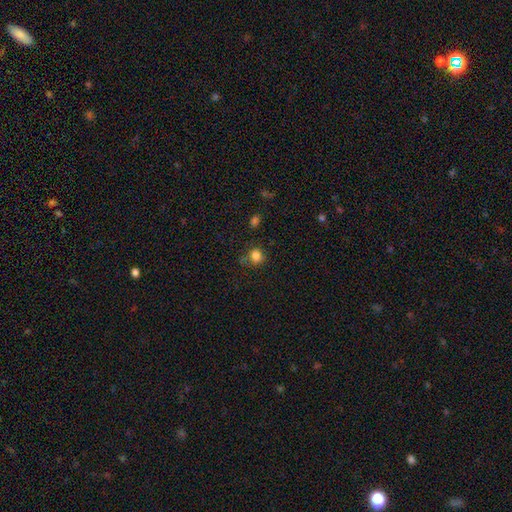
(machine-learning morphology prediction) smooth_or_featured: smooth (p=0.82) [alt: star or artifact p=0.13]
how_rounded: round (p=0.79) [alt: in between p=0.20]
merging: none (p=0.72) [alt: minor disturbance p=0.18]